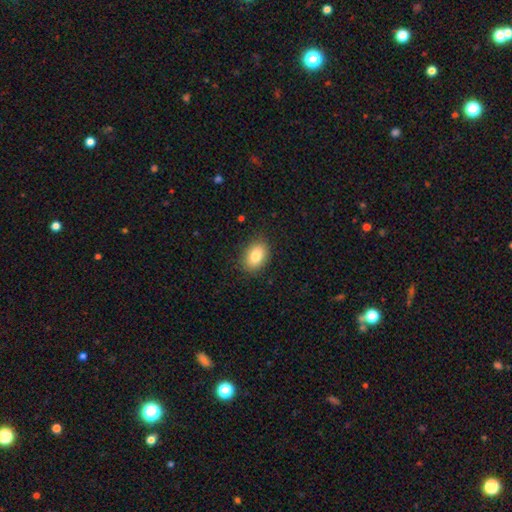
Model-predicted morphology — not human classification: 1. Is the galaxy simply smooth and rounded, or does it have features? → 84% smooth, 8% star or artifact, 8% featured or disk.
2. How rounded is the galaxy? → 82% in between, 17% round, 1% cigar-shaped.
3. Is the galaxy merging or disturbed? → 86% none, 10% minor disturbance, 3% major disturbance, 1% merger.